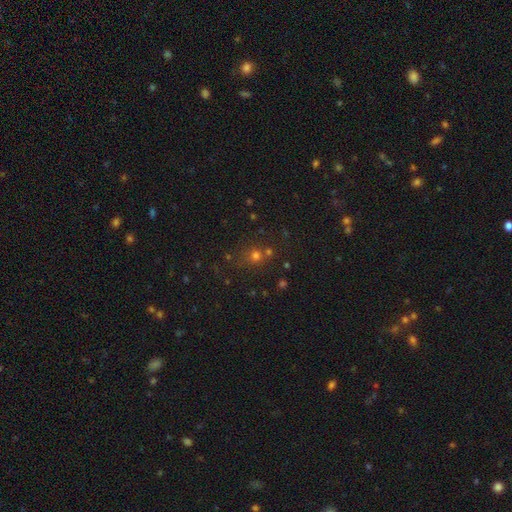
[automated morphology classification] Smooth or featured? smooth (65%)
How rounded? round (87%)
Merging? none (66%)